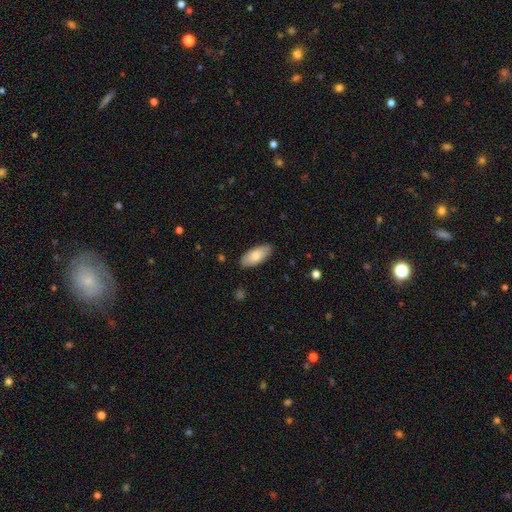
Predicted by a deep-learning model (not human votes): Morphology: type=smooth (80%); roundness=in between (88%); merging=none (87%).